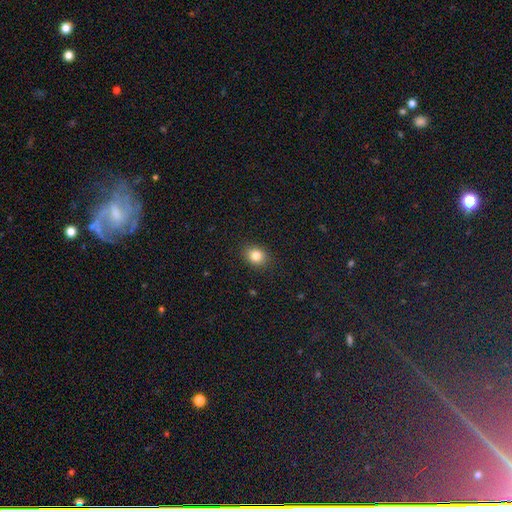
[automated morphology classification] Smooth or featured? smooth (83%)
How rounded? round (58%)
Merging? none (89%)